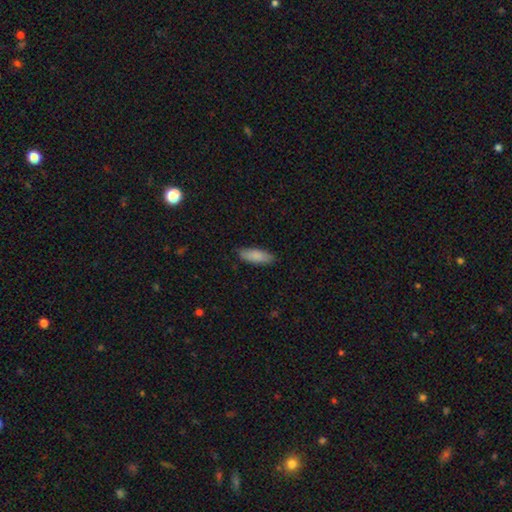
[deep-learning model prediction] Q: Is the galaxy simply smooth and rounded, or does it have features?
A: smooth — 86%.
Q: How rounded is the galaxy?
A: in between — 66%.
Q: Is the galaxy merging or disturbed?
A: none — 86%.